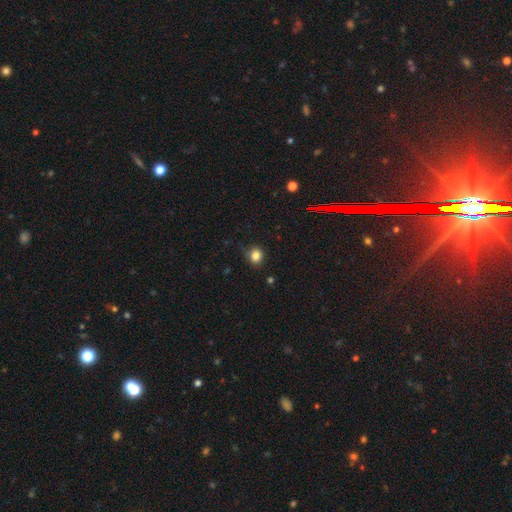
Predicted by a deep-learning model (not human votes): Q: Smooth or featured?
A: smooth (83%); runner-up: star or artifact (12%)
Q: How rounded?
A: round (73%); runner-up: in between (26%)
Q: Merging?
A: none (80%); runner-up: minor disturbance (15%)